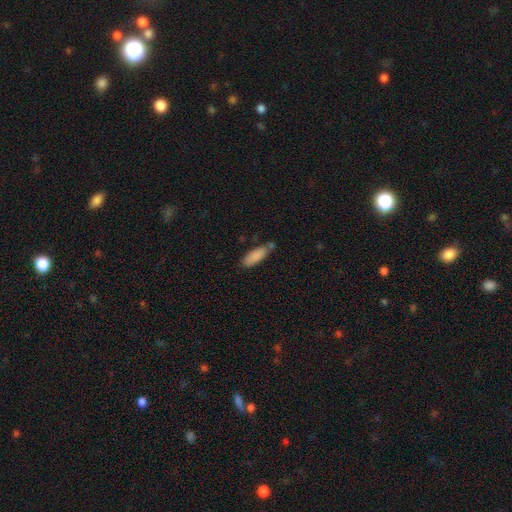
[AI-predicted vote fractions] Smooth or featured? smooth (87%)
How rounded? in between (61%)
Merging? none (59%)